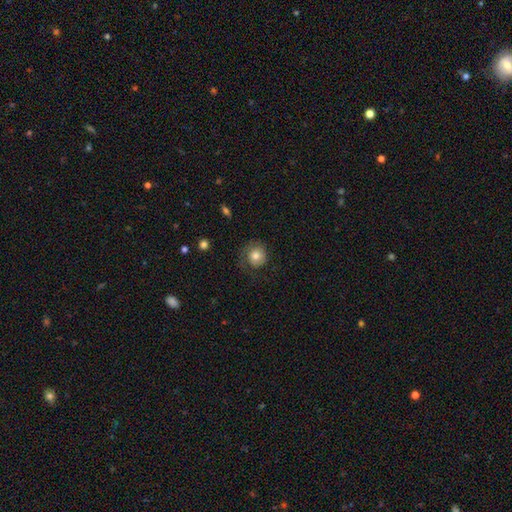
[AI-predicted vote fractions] The model was most divided on "merging": none: 61%, minor disturbance: 20%, major disturbance: 18%, merger: 1%. More confident: how rounded — round (88%); smooth or featured — smooth (75%).